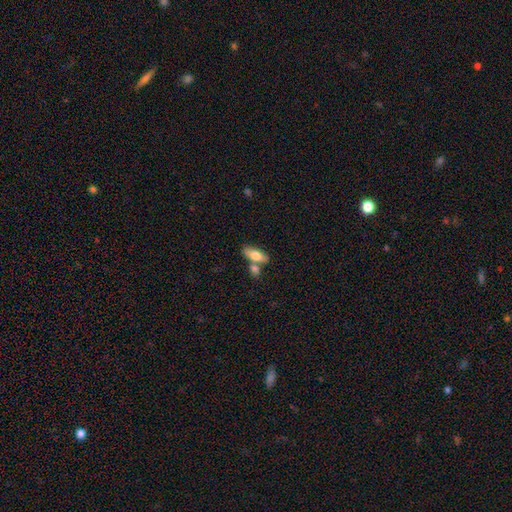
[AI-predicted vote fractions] The model was most divided on "merging": none: 55%, merger: 29%, minor disturbance: 12%, major disturbance: 4%. More confident: smooth or featured — smooth (75%); how rounded — in between (75%).